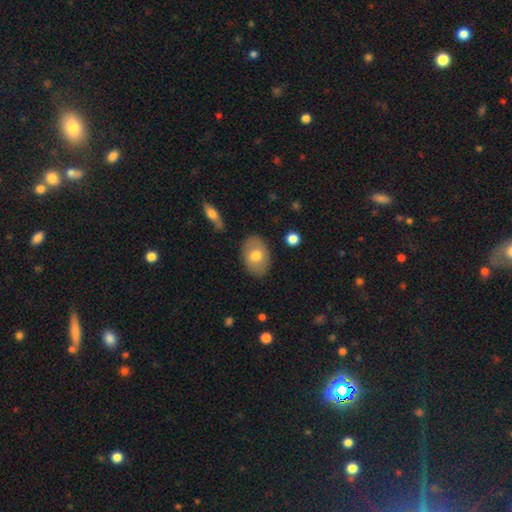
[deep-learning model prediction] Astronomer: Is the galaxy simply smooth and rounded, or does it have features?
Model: smooth — 69%.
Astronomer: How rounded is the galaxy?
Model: in between — 83%.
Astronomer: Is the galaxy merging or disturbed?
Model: none — 84%.